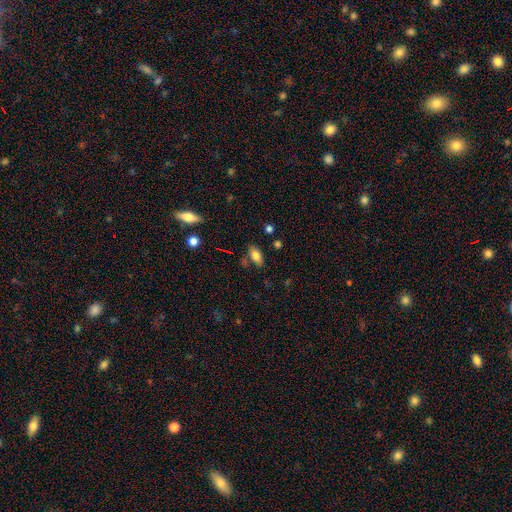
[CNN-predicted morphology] Q: Smooth or featured?
A: smooth (79%); runner-up: featured or disk (12%)
Q: How rounded?
A: in between (89%); runner-up: cigar-shaped (6%)
Q: Merging?
A: none (78%); runner-up: minor disturbance (13%)